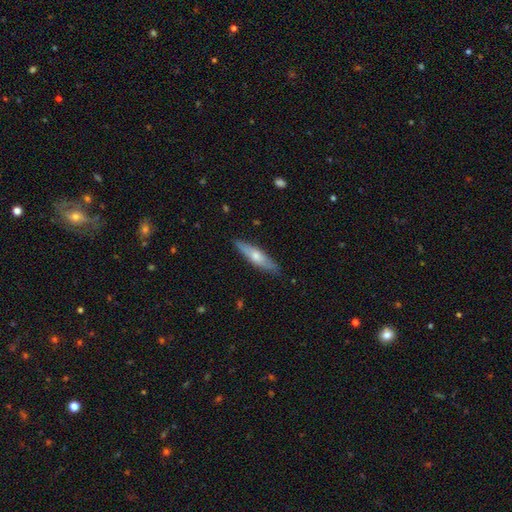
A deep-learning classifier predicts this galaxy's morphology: The model was most divided on "smooth or featured": featured or disk: 48%, smooth: 46%, star or artifact: 6%. More confident: merging — none (88%).